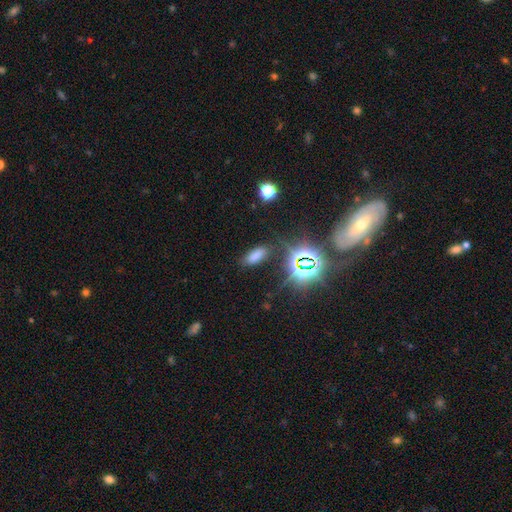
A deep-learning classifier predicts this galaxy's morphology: The model was most divided on "smooth or featured": smooth: 64%, star or artifact: 29%, featured or disk: 7%. More confident: how rounded — in between (81%); merging — none (81%).